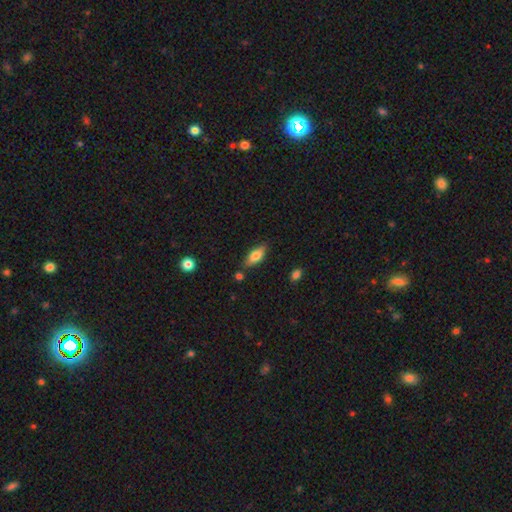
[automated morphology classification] Q: Smooth or featured?
A: smooth (74%); runner-up: featured or disk (19%)
Q: How rounded?
A: in between (75%); runner-up: cigar-shaped (23%)
Q: Merging?
A: none (77%); runner-up: minor disturbance (15%)